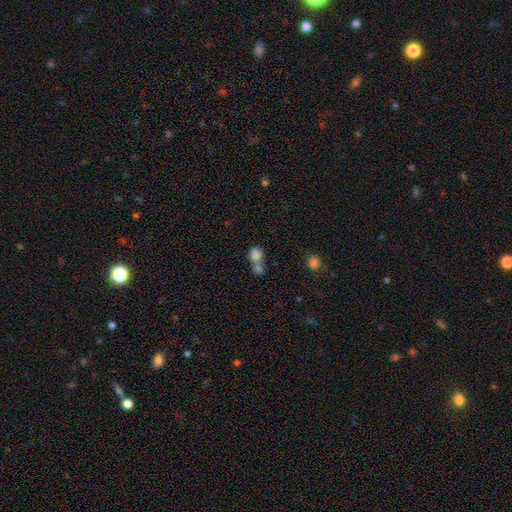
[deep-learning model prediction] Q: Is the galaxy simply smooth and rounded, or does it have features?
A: smooth — 80%.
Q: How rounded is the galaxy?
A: round — 51%.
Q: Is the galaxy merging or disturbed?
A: merger — 64%.